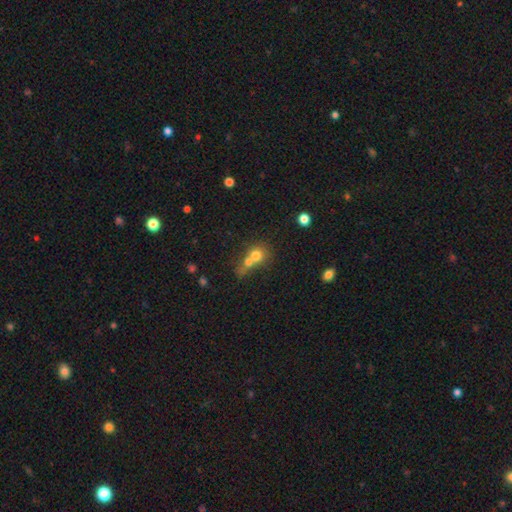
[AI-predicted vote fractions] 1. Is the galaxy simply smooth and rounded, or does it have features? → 70% smooth, 17% featured or disk, 12% star or artifact.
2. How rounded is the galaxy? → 77% round, 21% in between, 2% cigar-shaped.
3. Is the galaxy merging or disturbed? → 64% merger, 25% none, 6% minor disturbance, 5% major disturbance.